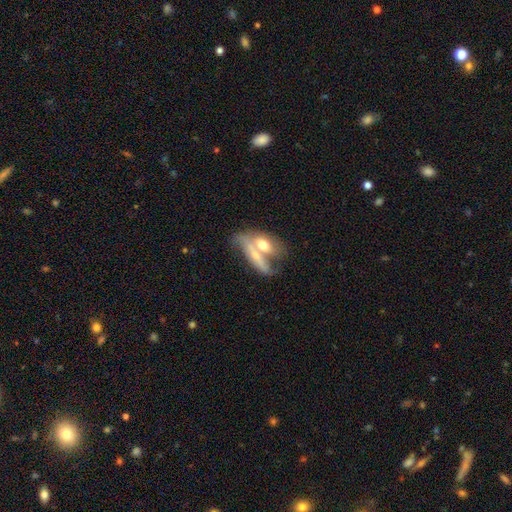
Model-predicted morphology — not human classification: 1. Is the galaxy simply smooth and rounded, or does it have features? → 50% smooth, 43% featured or disk, 7% star or artifact.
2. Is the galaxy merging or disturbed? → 62% merger, 20% none, 10% minor disturbance, 8% major disturbance.